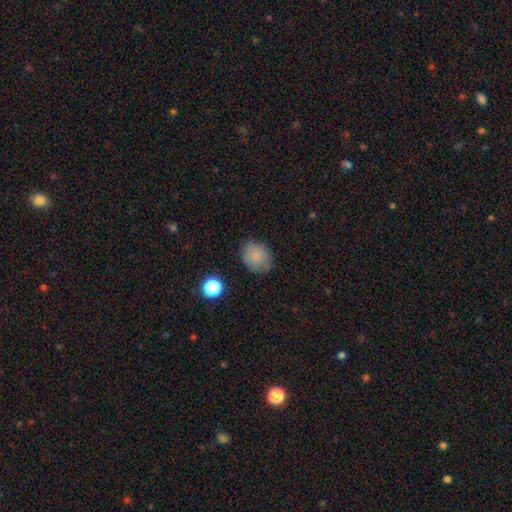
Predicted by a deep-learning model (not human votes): Morphology: type=smooth (82%); roundness=round (60%); merging=none (77%).